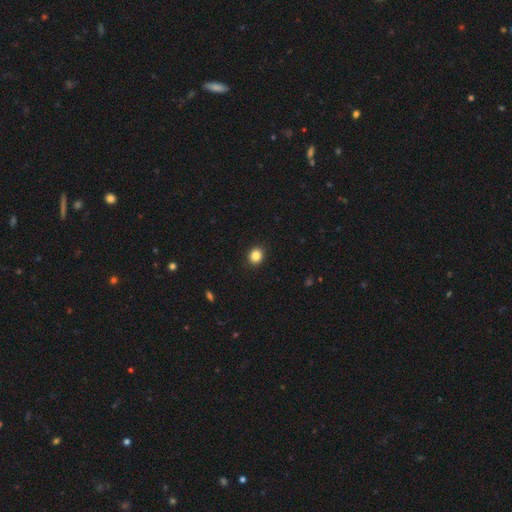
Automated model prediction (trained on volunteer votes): Smooth or featured? smooth (85%)
How rounded? round (73%)
Merging? none (91%)